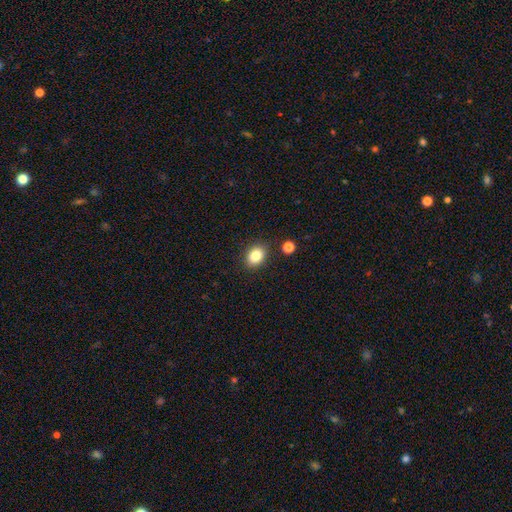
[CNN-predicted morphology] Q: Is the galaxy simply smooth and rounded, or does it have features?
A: smooth — 84%.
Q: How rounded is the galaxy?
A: in between — 62%.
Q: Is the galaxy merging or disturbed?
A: none — 86%.